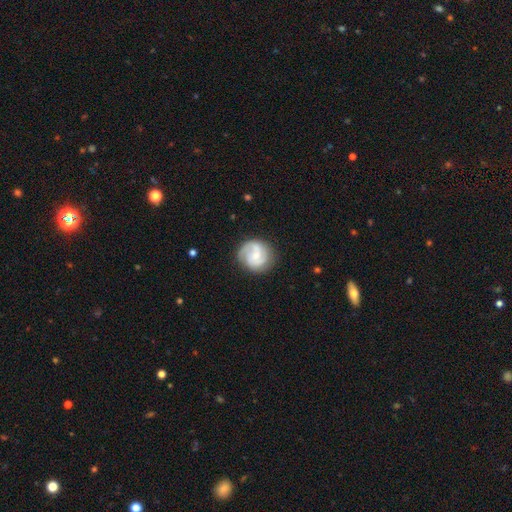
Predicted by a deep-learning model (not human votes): The model was most divided on "bar": no: 46%, weak: 45%, strong: 9%. Remaining: edge-on disk — no (98%); spiral arms — yes (94%); merging — none (79%); smooth or featured — featured or disk (75%); spiral arm count — 2 (72%); bulge size — small (56%); spiral winding — medium (45%).